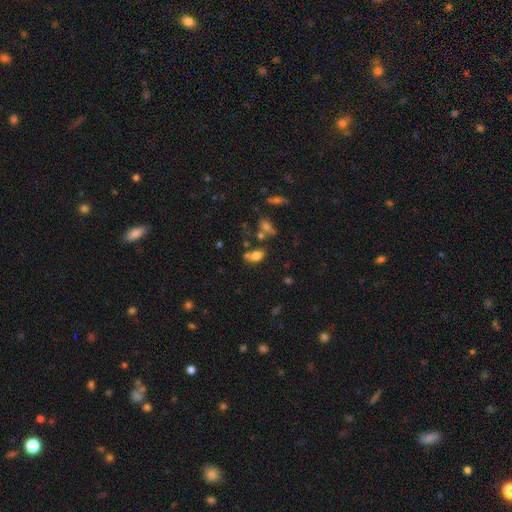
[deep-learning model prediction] Morphology: type=smooth (76%); roundness=in between (85%); merging=none (52%).